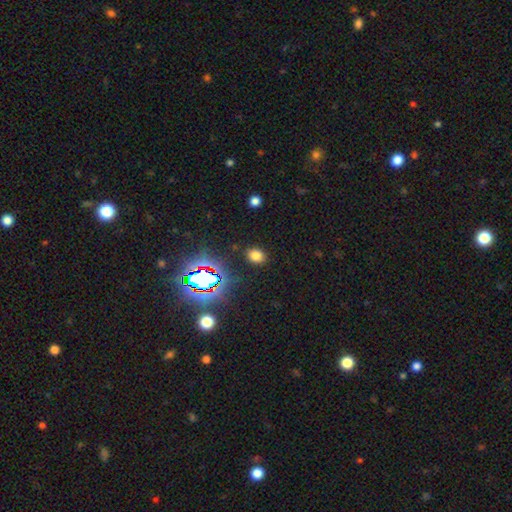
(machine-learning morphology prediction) Smooth or featured?
  - smooth: 73% *
  - star or artifact: 21%
  - featured or disk: 6%
How rounded?
  - in between: 61% *
  - round: 38%
  - cigar-shaped: 1%
Merging?
  - none: 87% *
  - minor disturbance: 8%
  - major disturbance: 3%
  - merger: 2%